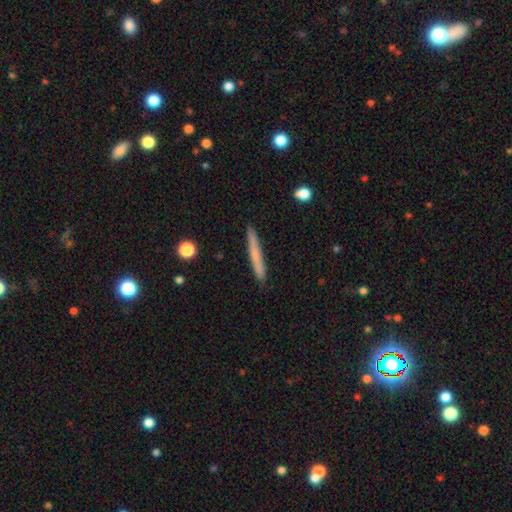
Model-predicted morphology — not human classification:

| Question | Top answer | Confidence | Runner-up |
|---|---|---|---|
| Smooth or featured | smooth | 65% | featured or disk (29%) |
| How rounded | cigar-shaped | 97% | in between (2%) |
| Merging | none | 91% | minor disturbance (6%) |